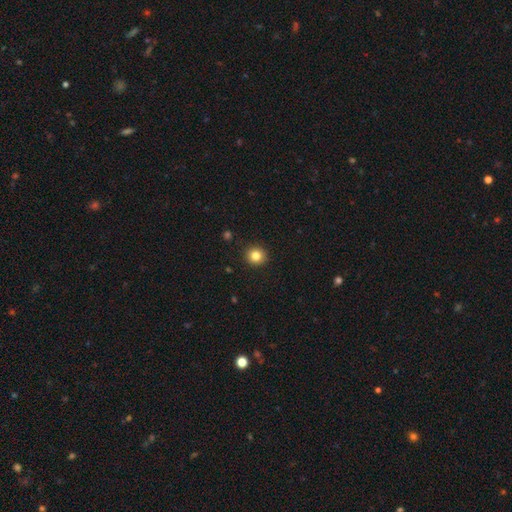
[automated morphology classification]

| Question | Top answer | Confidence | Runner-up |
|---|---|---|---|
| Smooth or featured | smooth | 83% | star or artifact (11%) |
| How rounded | round | 93% | in between (7%) |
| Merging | none | 92% | minor disturbance (5%) |